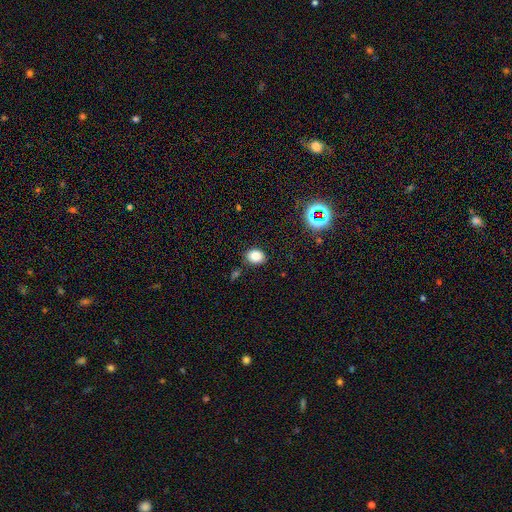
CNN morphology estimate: smooth_or_featured: smooth (p=0.82) [alt: star or artifact p=0.12]
how_rounded: in between (p=0.51) [alt: round p=0.48]
merging: none (p=0.83) [alt: minor disturbance p=0.11]